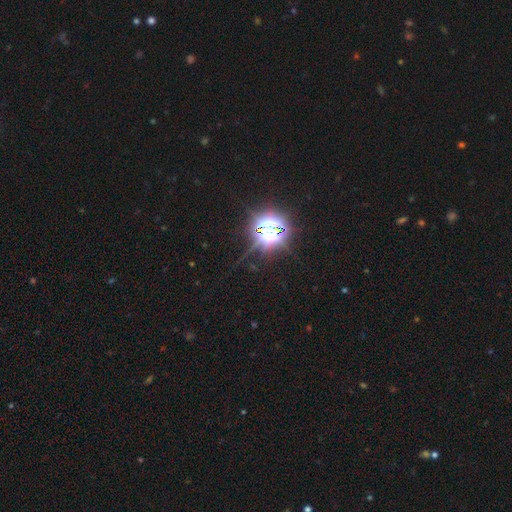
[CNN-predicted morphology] Smooth or featured? Predicted: star or artifact (p=0.83).